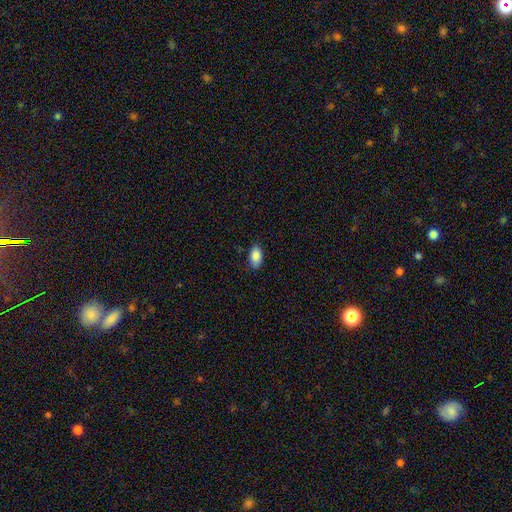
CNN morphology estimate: Smooth or featured? Predicted: smooth (p=0.87). How rounded? Predicted: in between (p=0.94). Merging? Predicted: none (p=0.82).